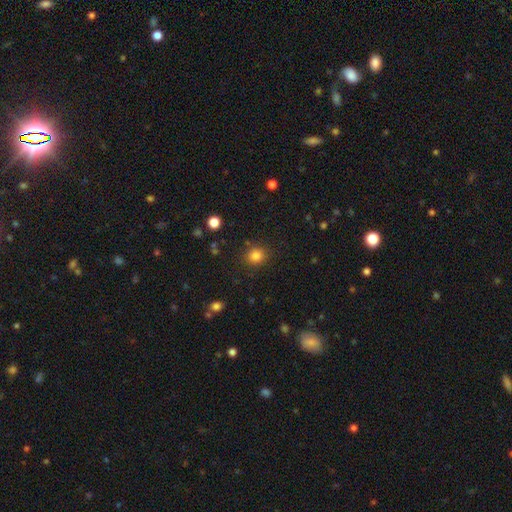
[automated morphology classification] A smooth galaxy with no disk features (83%) that is round (83%).

Vote fractions:
- Smooth or featured? smooth: 83% / star or artifact: 13% / featured or disk: 4%
- How rounded? round: 83% / in between: 17% / cigar-shaped: 1%
- Merging? none: 85% / minor disturbance: 8% / major disturbance: 3% / merger: 3%